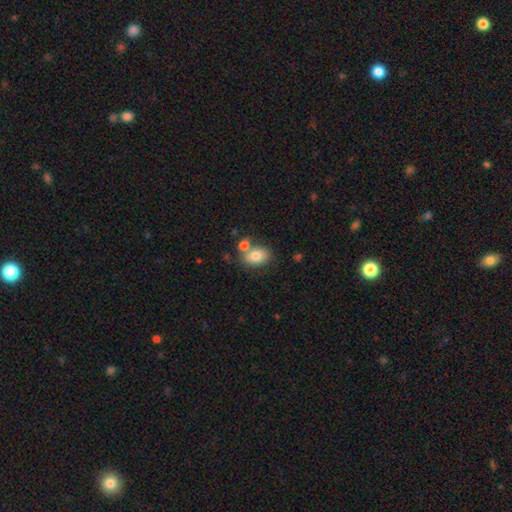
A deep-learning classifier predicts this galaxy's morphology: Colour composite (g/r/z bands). It shows a smooth galaxy with no disk features (80%) that is in between round and cigar-shaped (79%). Merging: none (58%).